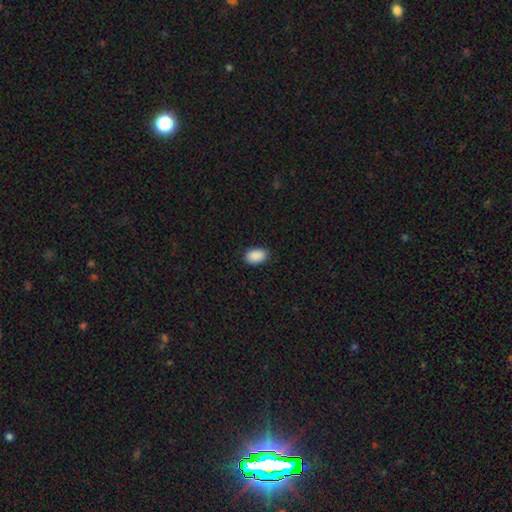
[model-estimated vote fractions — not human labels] Overall: smooth (91%). How rounded: in between (90%). Merging: none (86%).